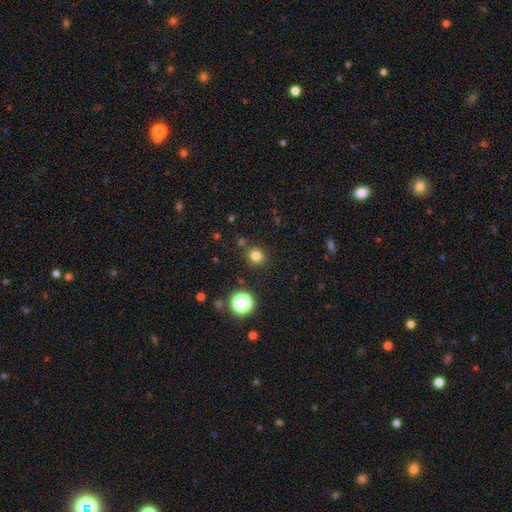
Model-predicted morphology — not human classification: Overall: smooth (78%). How rounded: round (86%). Merging: none (84%).